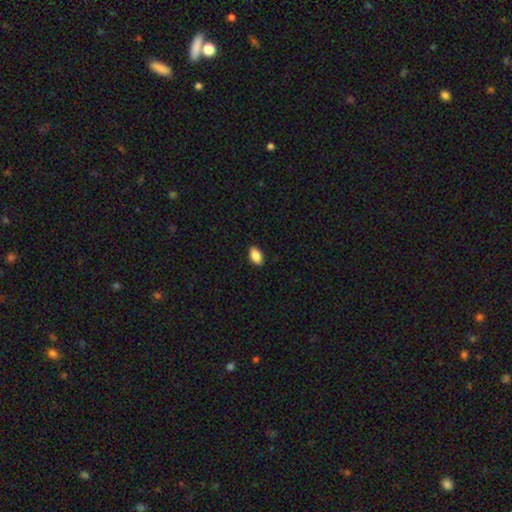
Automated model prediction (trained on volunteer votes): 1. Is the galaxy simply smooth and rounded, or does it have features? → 87% smooth, 7% star or artifact, 5% featured or disk.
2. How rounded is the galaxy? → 92% in between, 6% round, 2% cigar-shaped.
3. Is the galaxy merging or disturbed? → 89% none, 8% minor disturbance, 2% major disturbance, 1% merger.